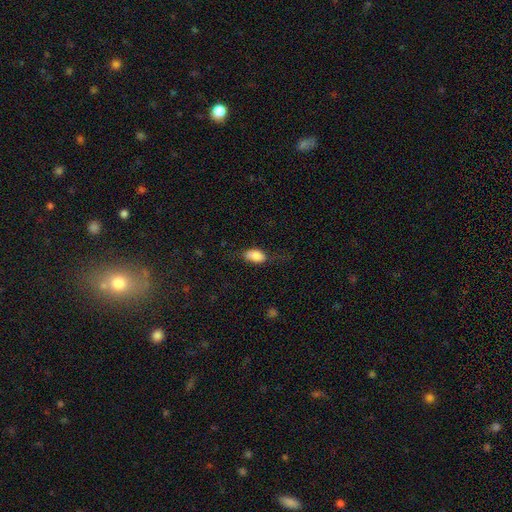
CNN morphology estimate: This is clearly a smooth galaxy (82%). How rounded: clearly in between (91%). Merging: possibly none (57%).